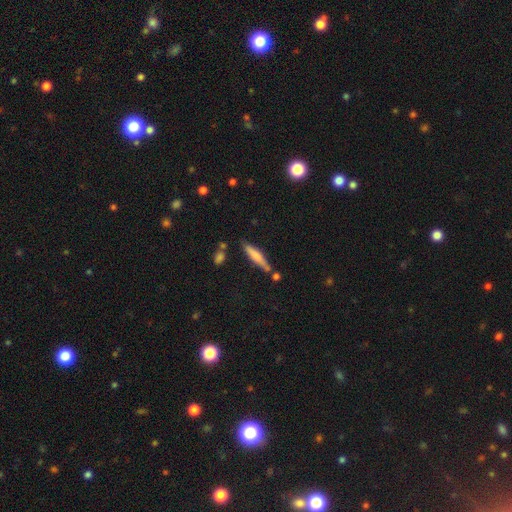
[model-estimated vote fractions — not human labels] smooth_or_featured: smooth (p=0.68) [alt: featured or disk p=0.26]
how_rounded: cigar-shaped (p=0.86) [alt: in between p=0.12]
merging: none (p=0.72) [alt: minor disturbance p=0.16]